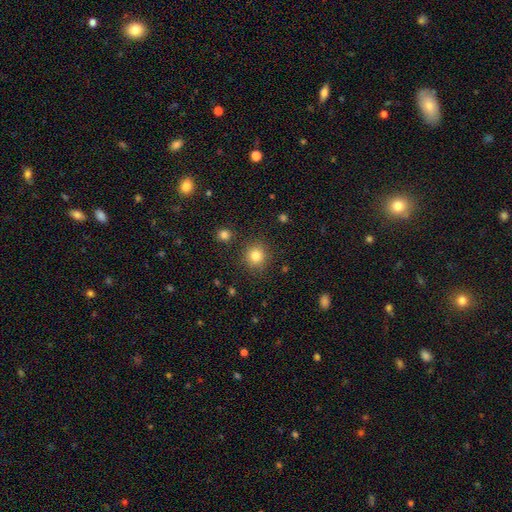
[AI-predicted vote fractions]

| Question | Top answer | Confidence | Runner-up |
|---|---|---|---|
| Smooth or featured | smooth | 82% | star or artifact (12%) |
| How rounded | round | 91% | in between (8%) |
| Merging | none | 88% | minor disturbance (7%) |